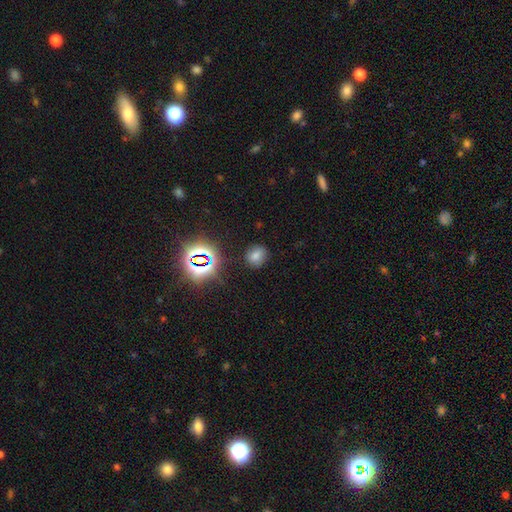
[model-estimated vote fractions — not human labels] Smooth or featured?
  - smooth: 63% *
  - star or artifact: 28%
  - featured or disk: 9%
How rounded?
  - round: 66% *
  - in between: 33%
  - cigar-shaped: 1%
Merging?
  - none: 84% *
  - minor disturbance: 11%
  - major disturbance: 4%
  - merger: 2%